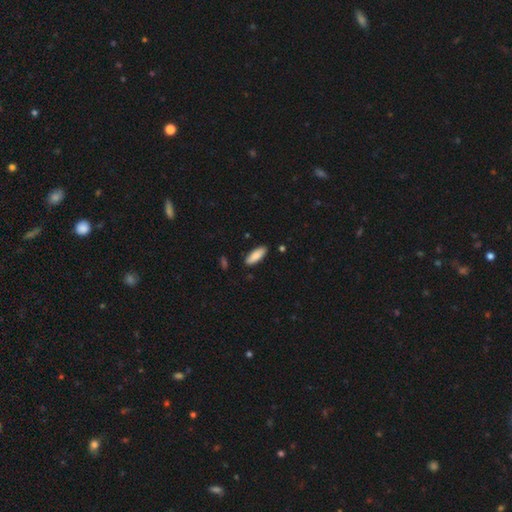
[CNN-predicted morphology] smooth 86%, featured or disk 8%, star or artifact 5%. Down the decision tree: how rounded — in between (67%); merging — none (87%).